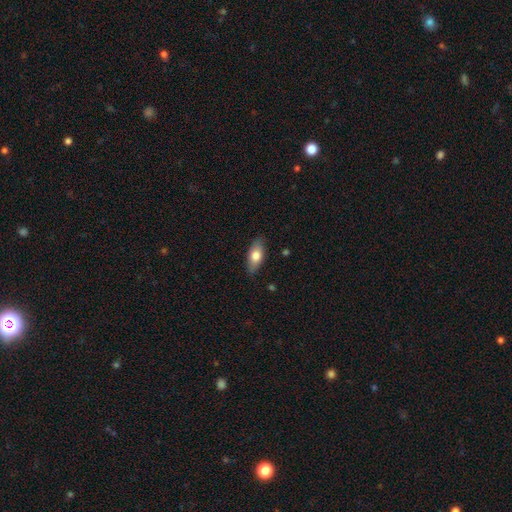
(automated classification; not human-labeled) This is likely a smooth galaxy (72%). How rounded: clearly in between (86%). Merging: clearly none (84%).